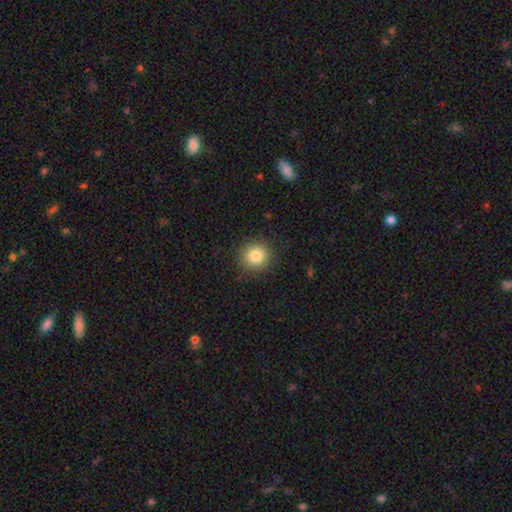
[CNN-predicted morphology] smooth-or-featured: smooth: 83% | star or artifact: 11% | featured or disk: 6%
  how-rounded: round: 90% | in between: 9% | cigar-shaped: 1%
  merging: none: 90% | minor disturbance: 7% | major disturbance: 2% | merger: 1%